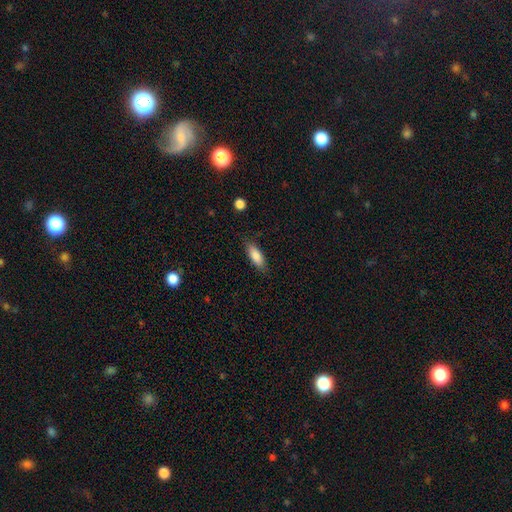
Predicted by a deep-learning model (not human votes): A smooth galaxy with no disk features (84%) that is in between round and cigar-shaped (66%).

Vote fractions:
- Smooth or featured? smooth: 84% / featured or disk: 10% / star or artifact: 6%
- How rounded? in between: 66% / cigar-shaped: 32% / round: 2%
- Merging? none: 84% / minor disturbance: 12% / major disturbance: 3% / merger: 1%